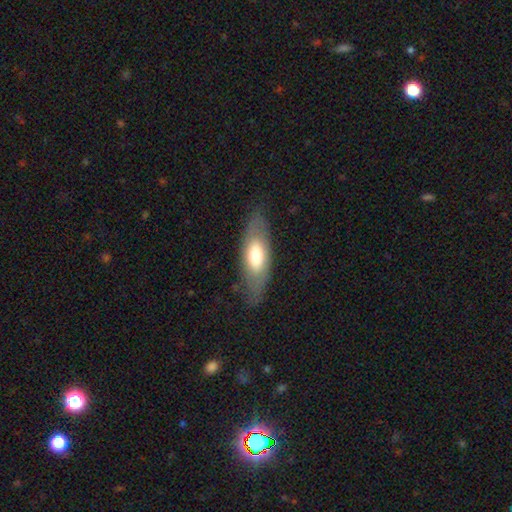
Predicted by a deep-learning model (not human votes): Smooth or featured? Predicted: smooth (p=0.62). How rounded? Predicted: in between (p=0.71). Merging? Predicted: none (p=0.76).